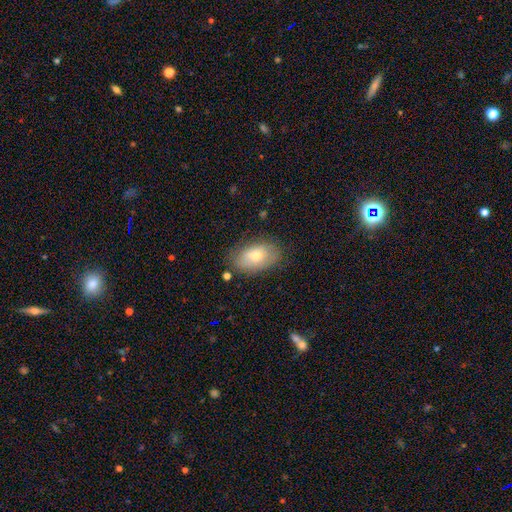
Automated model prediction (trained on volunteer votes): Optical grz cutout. It shows a smooth galaxy with no disk features (68%) that is in between round and cigar-shaped (91%). Merging: none (76%).